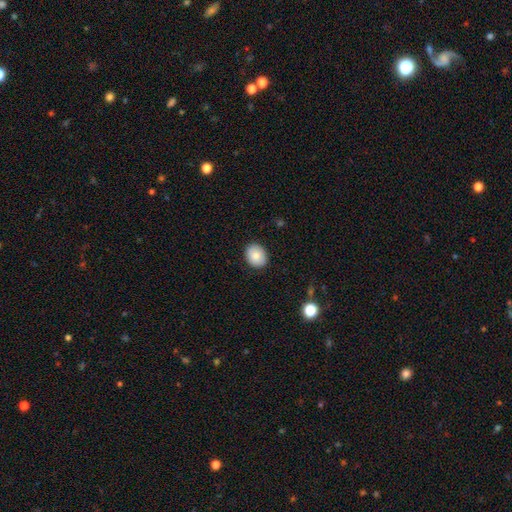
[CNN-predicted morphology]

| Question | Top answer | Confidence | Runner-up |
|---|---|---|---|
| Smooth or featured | smooth | 83% | featured or disk (9%) |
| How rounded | in between | 51% | round (48%) |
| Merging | none | 89% | minor disturbance (8%) |